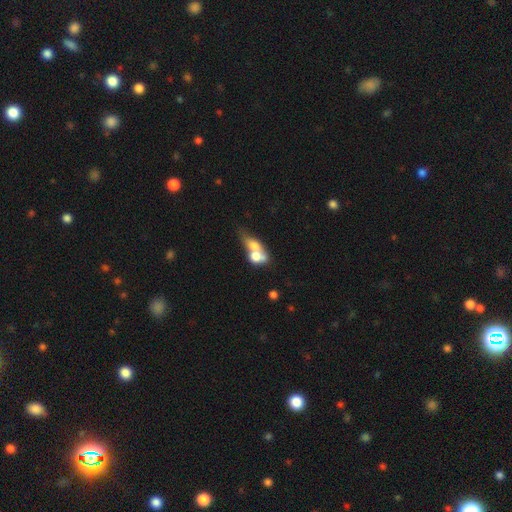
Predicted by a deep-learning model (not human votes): Smooth or featured: smooth — 60% (featured or disk — 30%)
How rounded: in between — 56% (round — 34%)
Merging: merger — 69% (none — 15%)